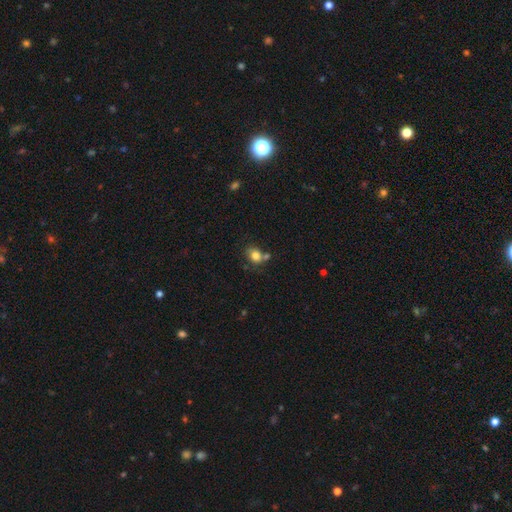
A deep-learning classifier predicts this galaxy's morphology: Smooth or featured: smooth — 80% (star or artifact — 11%)
How rounded: in between — 51% (round — 48%)
Merging: none — 54% (merger — 24%)